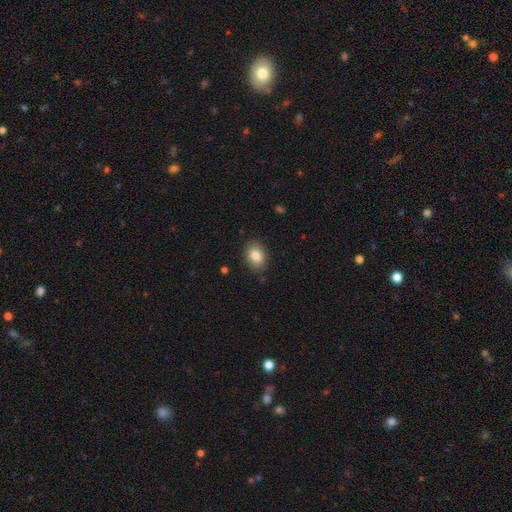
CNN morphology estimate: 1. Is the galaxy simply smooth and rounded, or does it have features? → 83% smooth, 9% featured or disk, 8% star or artifact.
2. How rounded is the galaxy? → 73% in between, 26% round, 1% cigar-shaped.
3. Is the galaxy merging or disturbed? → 85% none, 11% minor disturbance, 3% major disturbance, 1% merger.